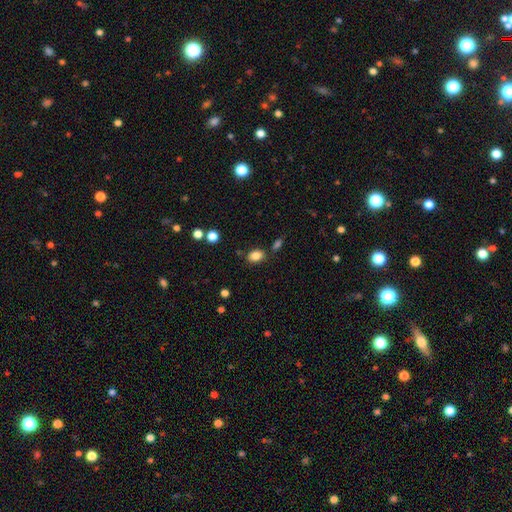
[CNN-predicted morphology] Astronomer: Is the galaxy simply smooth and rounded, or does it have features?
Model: smooth — 84%.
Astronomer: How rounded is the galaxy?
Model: in between — 74%.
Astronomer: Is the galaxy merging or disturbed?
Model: none — 78%.